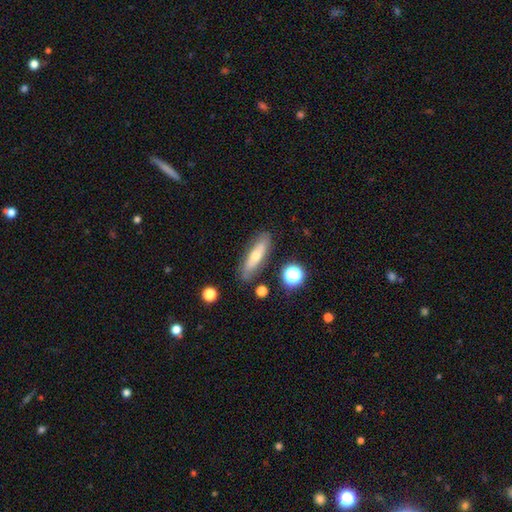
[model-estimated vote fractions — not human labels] A smooth galaxy with no disk features (49%).

Vote fractions:
- Smooth or featured? smooth: 49% / featured or disk: 42% / star or artifact: 9%
- Merging? none: 81% / minor disturbance: 13% / major disturbance: 3% / merger: 3%